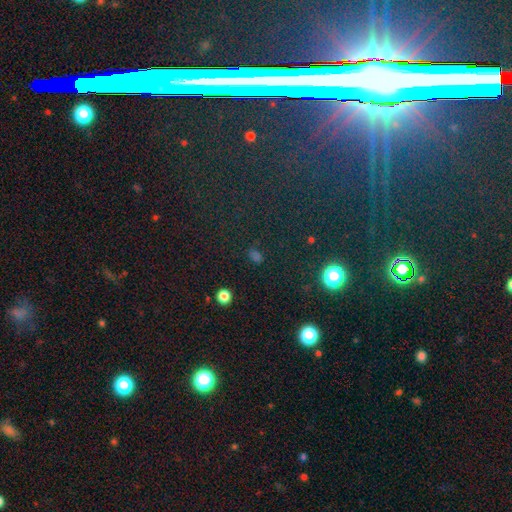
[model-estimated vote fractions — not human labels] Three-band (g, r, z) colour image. It shows a smooth galaxy with no disk features (46%). Merging: none (78%).